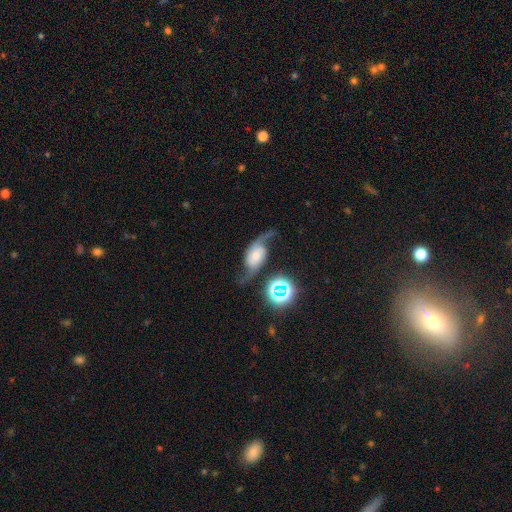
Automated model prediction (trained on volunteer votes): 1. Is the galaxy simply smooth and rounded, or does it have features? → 74% featured or disk, 15% smooth, 11% star or artifact.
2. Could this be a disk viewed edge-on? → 93% no, 7% yes.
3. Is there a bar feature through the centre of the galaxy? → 61% no, 27% weak, 12% strong.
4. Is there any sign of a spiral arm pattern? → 95% yes, 5% no.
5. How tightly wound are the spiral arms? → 83% loose, 13% medium, 4% tight.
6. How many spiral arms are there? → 92% 2, 3% 1, 2% can't tell, 1% 3, 1% 4, 1% more than 4.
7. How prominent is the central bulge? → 26% small, 20% moderate, 19% large, 18% dominant, 16% none.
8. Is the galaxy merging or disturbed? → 58% none, 21% minor disturbance, 17% major disturbance, 5% merger.